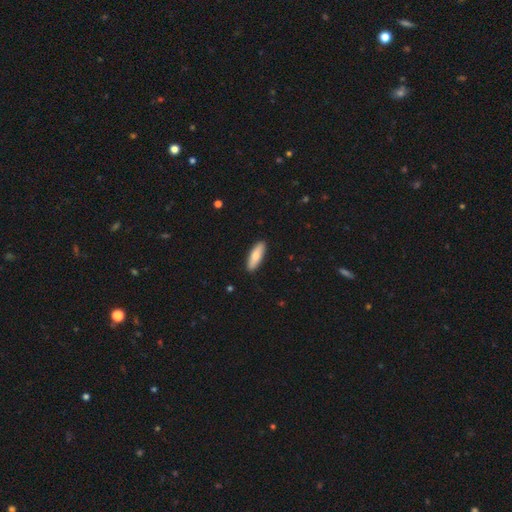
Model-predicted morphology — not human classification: The model was most divided on "how rounded": cigar-shaped: 50%, in between: 48%, round: 2%. More confident: merging — none (90%); smooth or featured — smooth (78%).